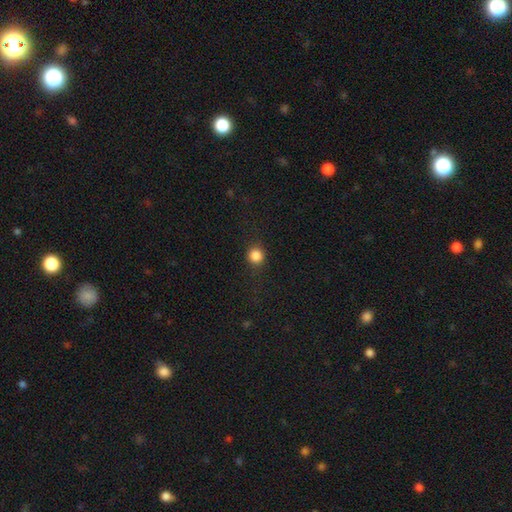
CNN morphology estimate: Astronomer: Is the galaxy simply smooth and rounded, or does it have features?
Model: smooth — 85%.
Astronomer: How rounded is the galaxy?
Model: round — 91%.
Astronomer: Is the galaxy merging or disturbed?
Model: none — 86%.